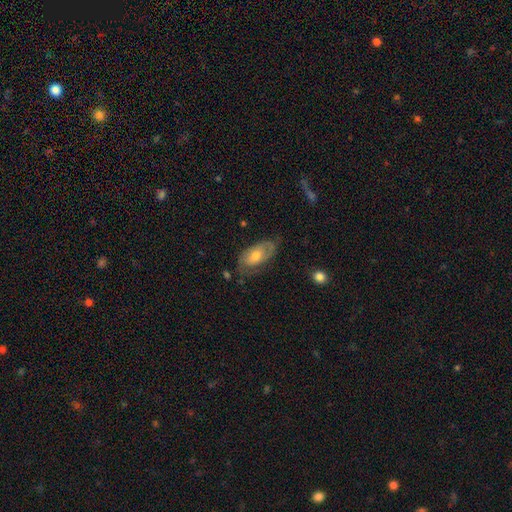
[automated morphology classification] Smooth or featured? Predicted: featured or disk (p=0.51). Edge-on disk? Predicted: no (p=0.89). Merging? Predicted: none (p=0.64).